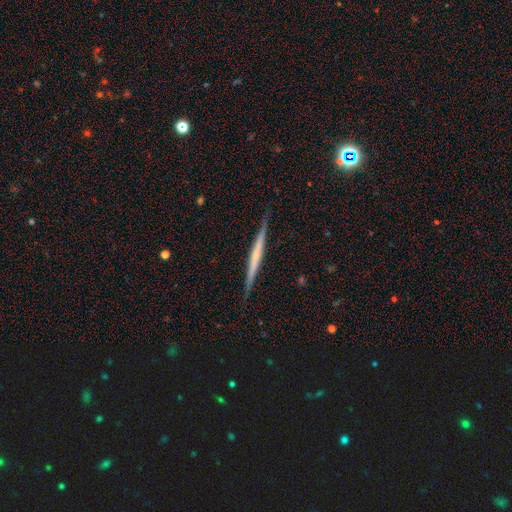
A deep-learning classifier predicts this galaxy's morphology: A featured or disk galaxy (62%) viewed edge-on (98%) with no central bulge (72%).

Vote fractions:
- Smooth or featured? featured or disk: 62% / smooth: 33% / star or artifact: 6%
- Edge-on disk? yes: 98% / no: 2%
- Edge-on bulge? none: 72% / rounded: 19% / boxy: 9%
- Merging? none: 89% / minor disturbance: 8% / major disturbance: 2% / merger: 1%